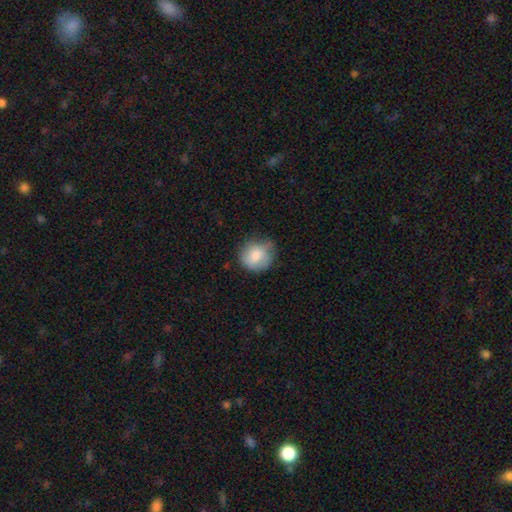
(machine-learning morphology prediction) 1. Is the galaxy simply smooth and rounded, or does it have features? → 80% smooth, 13% featured or disk, 7% star or artifact.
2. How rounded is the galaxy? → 81% round, 18% in between, 1% cigar-shaped.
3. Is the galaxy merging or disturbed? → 60% none, 30% minor disturbance, 8% major disturbance, 2% merger.